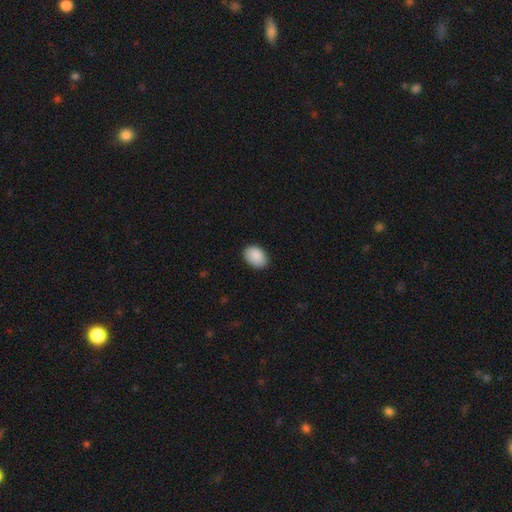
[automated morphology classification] Smooth or featured? smooth (90%)
How rounded? in between (84%)
Merging? none (86%)